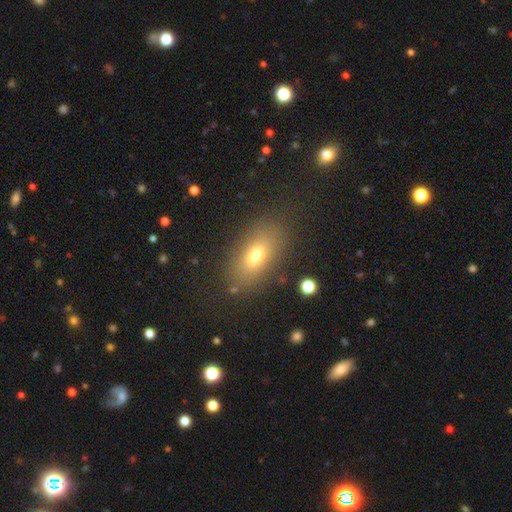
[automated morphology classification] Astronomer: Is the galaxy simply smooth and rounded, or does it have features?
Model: smooth — 70%.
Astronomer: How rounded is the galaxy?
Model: in between — 83%.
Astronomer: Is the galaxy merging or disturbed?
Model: none — 83%.